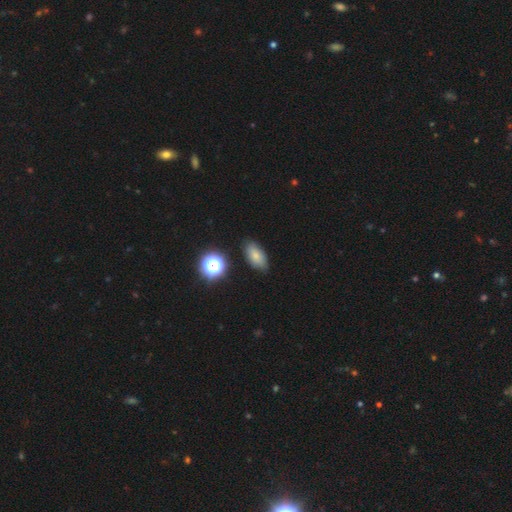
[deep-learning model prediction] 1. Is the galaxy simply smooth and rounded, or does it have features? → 75% smooth, 13% star or artifact, 12% featured or disk.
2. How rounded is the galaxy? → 87% in between, 8% round, 5% cigar-shaped.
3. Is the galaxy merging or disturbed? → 81% none, 14% minor disturbance, 3% major disturbance, 2% merger.